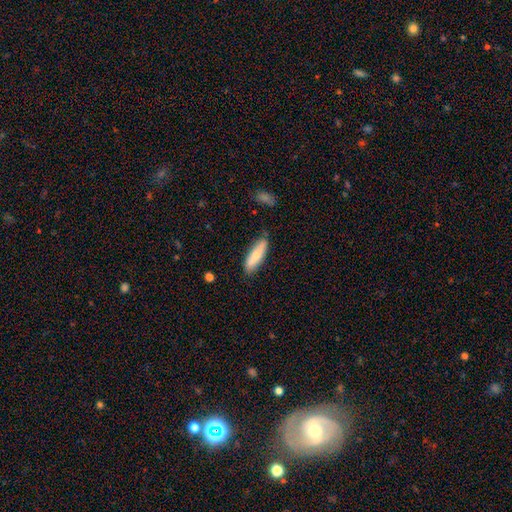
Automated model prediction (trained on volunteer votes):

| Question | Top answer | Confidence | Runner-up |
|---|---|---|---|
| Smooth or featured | smooth | 71% | featured or disk (24%) |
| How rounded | cigar-shaped | 54% | in between (44%) |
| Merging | none | 81% | minor disturbance (14%) |